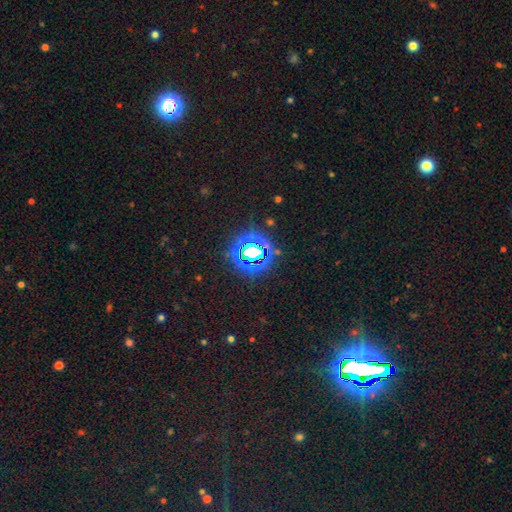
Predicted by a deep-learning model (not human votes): This is likely a star or artifact rather than a galaxy (73%).